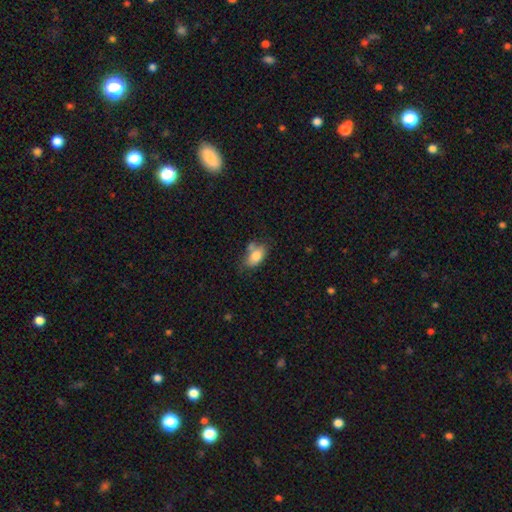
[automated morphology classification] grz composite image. It shows a smooth galaxy with no disk features (79%) that is in between round and cigar-shaped (89%). Merging: none (50%).